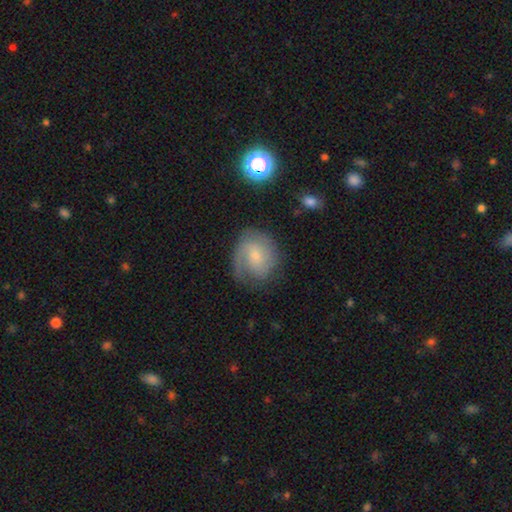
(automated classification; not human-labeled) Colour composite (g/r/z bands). It shows a featured or disk galaxy (63%) with no bar (58%), 2 (38%) tight (41%, tied with medium) spiral arms (91%) and a small central bulge (65%). Merging: none (64%).